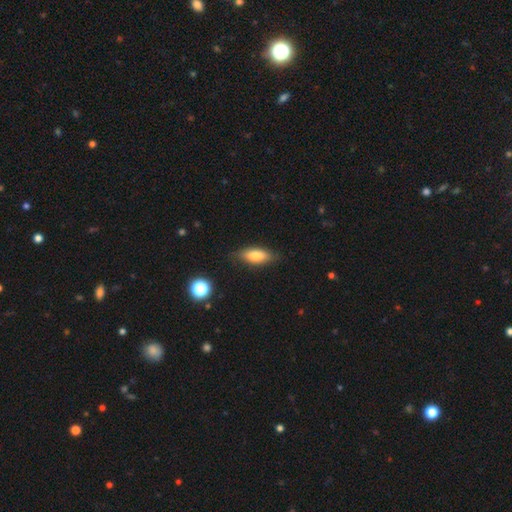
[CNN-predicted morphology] Smooth or featured?
  - smooth: 76% *
  - featured or disk: 16%
  - star or artifact: 8%
How rounded?
  - in between: 73% *
  - cigar-shaped: 24%
  - round: 3%
Merging?
  - none: 80% *
  - minor disturbance: 15%
  - major disturbance: 3%
  - merger: 2%